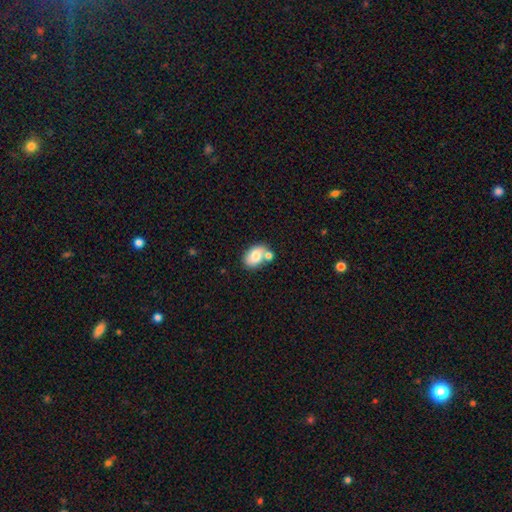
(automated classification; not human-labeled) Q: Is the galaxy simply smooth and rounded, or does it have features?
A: smooth — 73%.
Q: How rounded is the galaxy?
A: in between — 79%.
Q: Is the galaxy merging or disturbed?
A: none — 47%.